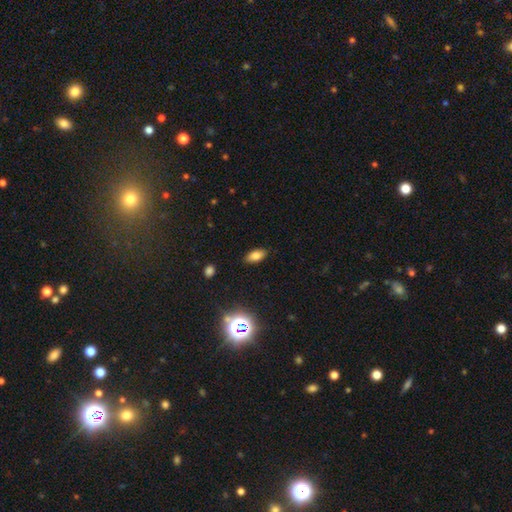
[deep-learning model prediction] A smooth galaxy with no disk features (77%) that is in between round and cigar-shaped (88%). Merging: none (87%).